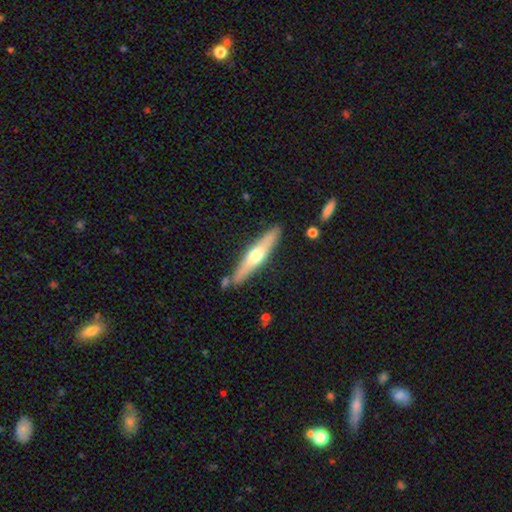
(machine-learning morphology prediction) Q: Smooth or featured?
A: featured or disk (55%); runner-up: smooth (40%)
Q: Edge-on disk?
A: yes (91%); runner-up: no (9%)
Q: Edge-on bulge?
A: rounded (88%); runner-up: none (9%)
Q: Merging?
A: none (82%); runner-up: minor disturbance (11%)